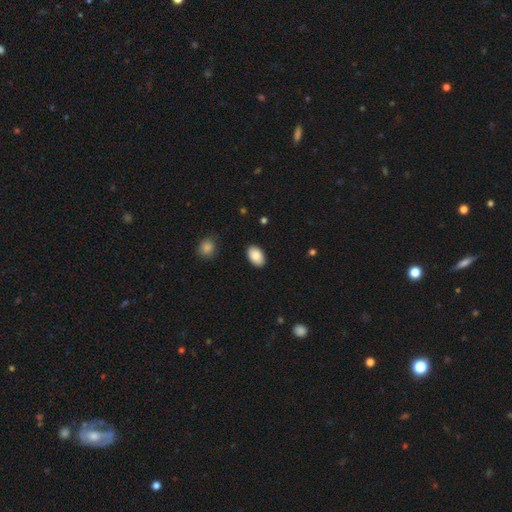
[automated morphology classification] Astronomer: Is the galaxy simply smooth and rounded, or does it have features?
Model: smooth — 87%.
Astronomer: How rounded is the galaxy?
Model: in between — 93%.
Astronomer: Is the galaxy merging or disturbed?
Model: none — 89%.